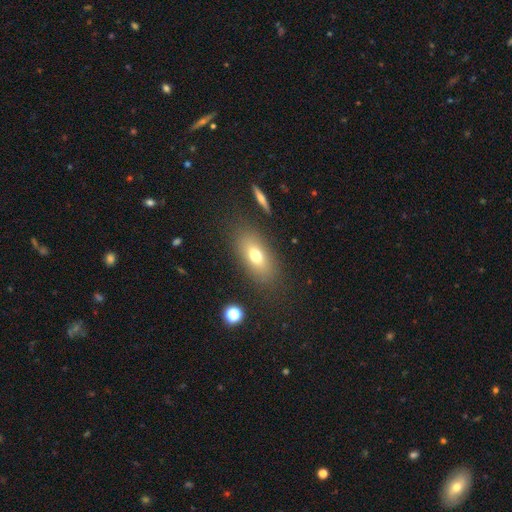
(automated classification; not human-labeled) Smooth or featured: smooth — 70% (featured or disk — 19%)
How rounded: in between — 82% (cigar-shaped — 10%)
Merging: none — 81% (minor disturbance — 11%)